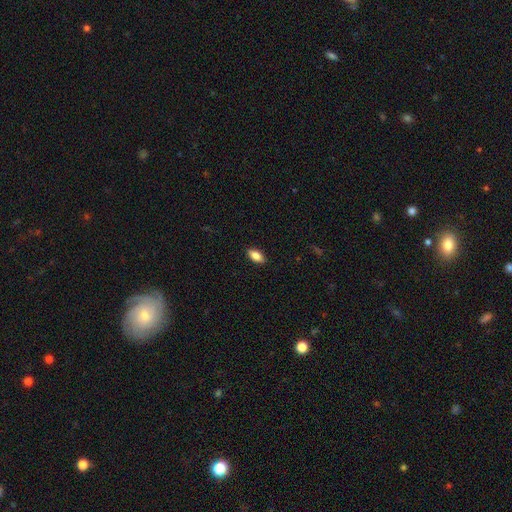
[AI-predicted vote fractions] This is clearly a smooth galaxy (84%). How rounded: clearly in between (90%). Merging: clearly none (89%).